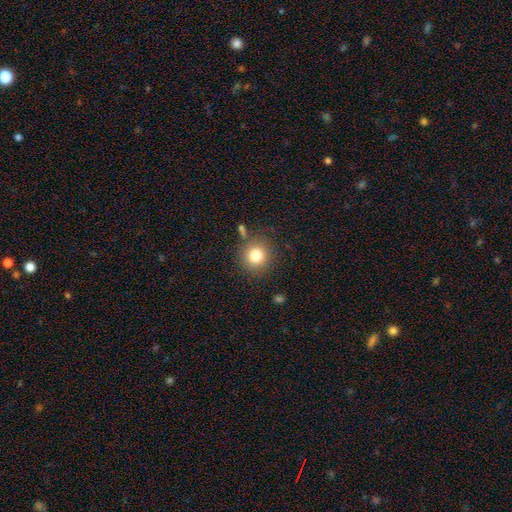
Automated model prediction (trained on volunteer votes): Smooth or featured? Predicted: smooth (p=0.80). How rounded? Predicted: round (p=0.90). Merging? Predicted: none (p=0.82).